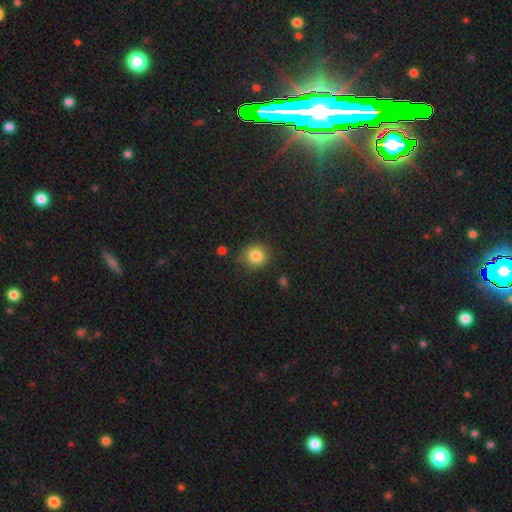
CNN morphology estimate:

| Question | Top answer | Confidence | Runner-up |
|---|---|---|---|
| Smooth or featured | smooth | 84% | star or artifact (11%) |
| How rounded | round | 89% | in between (10%) |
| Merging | none | 83% | minor disturbance (11%) |